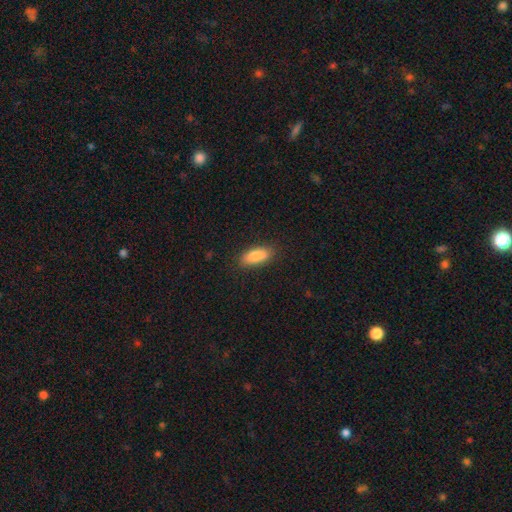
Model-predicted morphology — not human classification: Overall: smooth (85%). How rounded: in between (81%). Merging: none (86%).